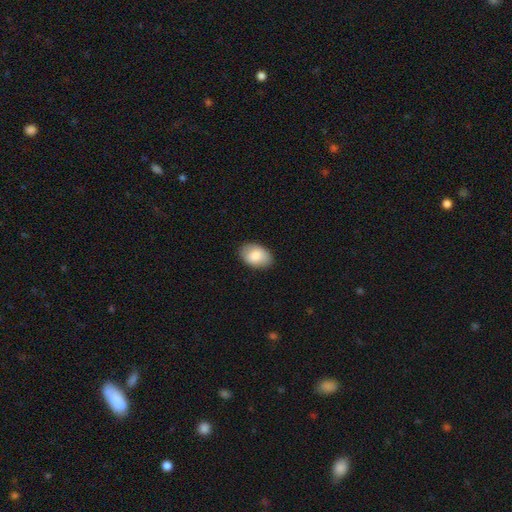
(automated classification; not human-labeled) Overall: smooth (85%). How rounded: in between (89%). Merging: none (86%).